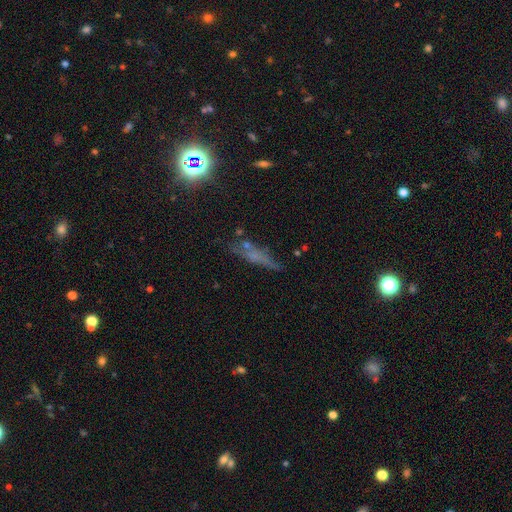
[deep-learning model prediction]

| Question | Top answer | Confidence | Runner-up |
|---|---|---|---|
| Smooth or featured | smooth | 45% | featured or disk (32%) |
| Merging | none | 61% | minor disturbance (21%) |